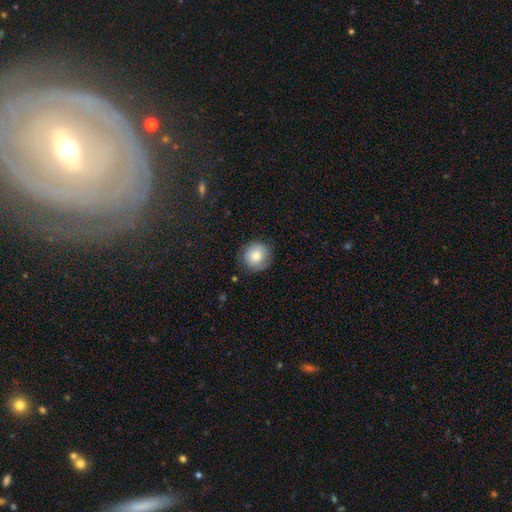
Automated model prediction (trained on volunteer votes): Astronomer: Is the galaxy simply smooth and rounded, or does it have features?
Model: smooth — 80%.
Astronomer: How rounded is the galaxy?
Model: round — 91%.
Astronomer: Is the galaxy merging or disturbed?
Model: none — 83%.